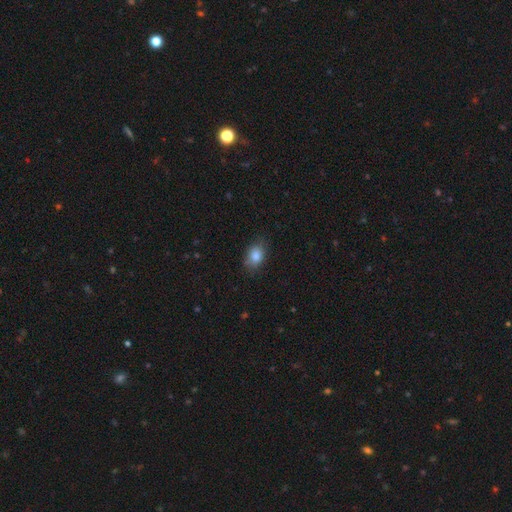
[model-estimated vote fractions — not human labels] A smooth galaxy with no disk features (84%) that is in between round and cigar-shaped (75%).

Vote fractions:
- Smooth or featured? smooth: 84% / star or artifact: 9% / featured or disk: 8%
- How rounded? in between: 75% / round: 23% / cigar-shaped: 1%
- Merging? none: 77% / minor disturbance: 18% / major disturbance: 4% / merger: 1%